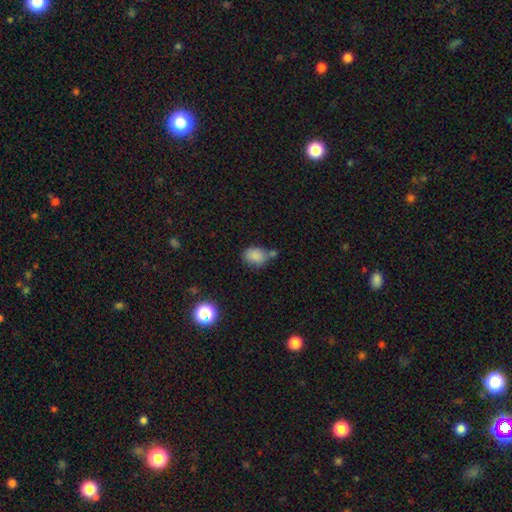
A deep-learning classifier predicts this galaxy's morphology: Smooth or featured?
  - smooth: 84% *
  - star or artifact: 10%
  - featured or disk: 6%
How rounded?
  - in between: 66% *
  - round: 32%
  - cigar-shaped: 1%
Merging?
  - none: 46% *
  - merger: 25%
  - minor disturbance: 22%
  - major disturbance: 7%